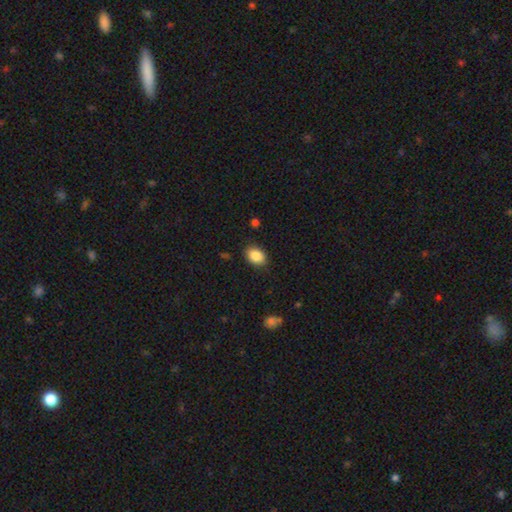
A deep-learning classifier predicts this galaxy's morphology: smooth 88%, star or artifact 8%, featured or disk 4%. Down the decision tree: how rounded — in between (80%); merging — none (86%).